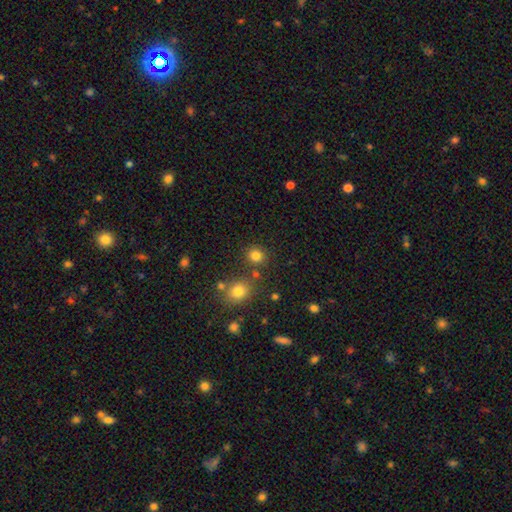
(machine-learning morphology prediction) Overall: smooth (81%). How rounded: round (84%). Merging: none (80%).